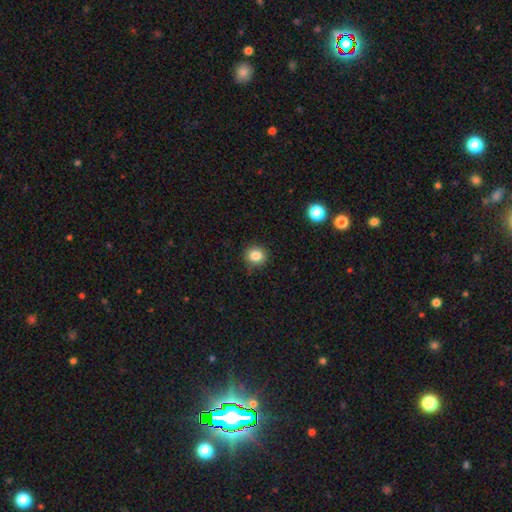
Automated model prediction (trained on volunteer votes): smooth 84%, star or artifact 11%, featured or disk 5%. Down the decision tree: how rounded — round (89%); merging — none (86%).